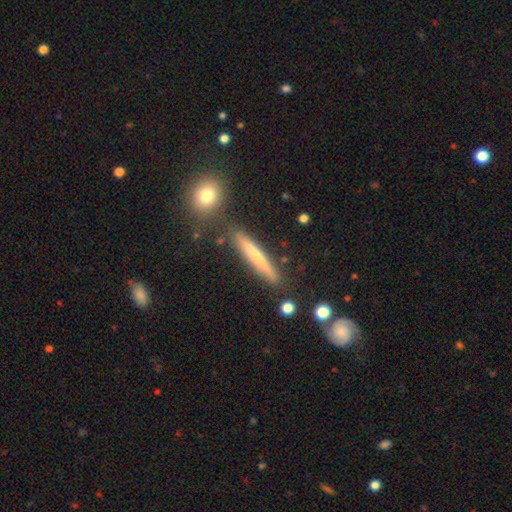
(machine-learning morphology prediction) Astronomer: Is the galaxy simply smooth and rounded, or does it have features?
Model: smooth — 53% (runner-up: featured or disk, 40%).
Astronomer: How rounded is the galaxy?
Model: cigar-shaped — 93%.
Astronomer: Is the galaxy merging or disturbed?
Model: none — 84%.